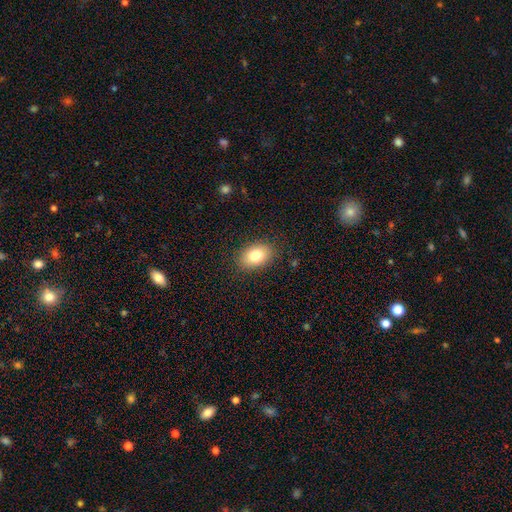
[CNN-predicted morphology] smooth 80%, featured or disk 11%, star or artifact 9%. Down the decision tree: how rounded — in between (84%); merging — none (86%).